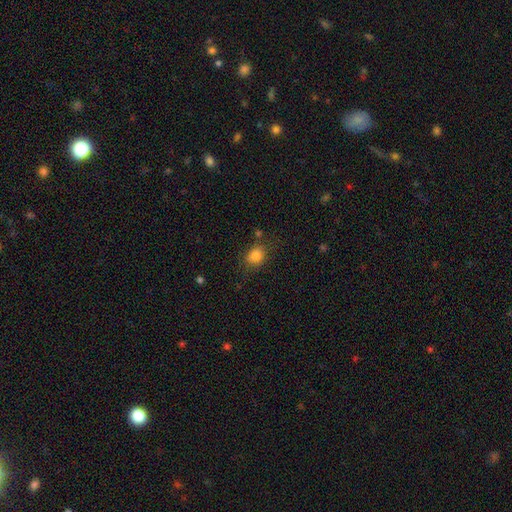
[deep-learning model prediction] The model was most divided on "how rounded": round: 53%, in between: 46%, cigar-shaped: 1%. More confident: smooth or featured — smooth (82%); merging — none (75%).